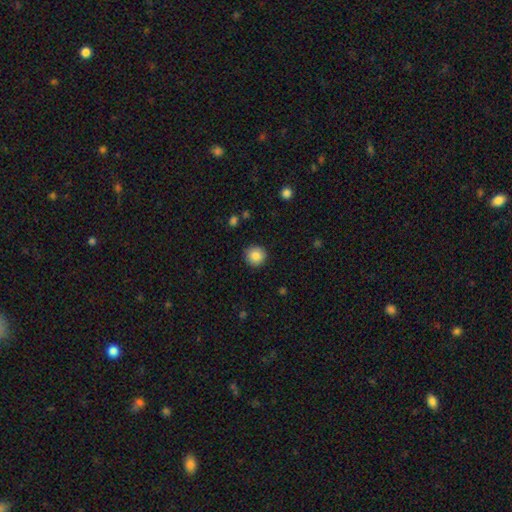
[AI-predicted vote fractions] The model was most divided on "smooth or featured": smooth: 86%, star or artifact: 9%, featured or disk: 5%. More confident: how rounded — round (94%); merging — none (90%).